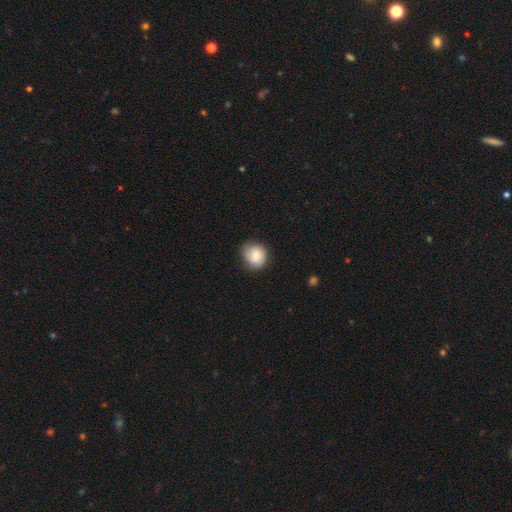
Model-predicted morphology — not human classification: smooth 77%, featured or disk 16%, star or artifact 8%. Down the decision tree: how rounded — round (81%); merging — none (74%).